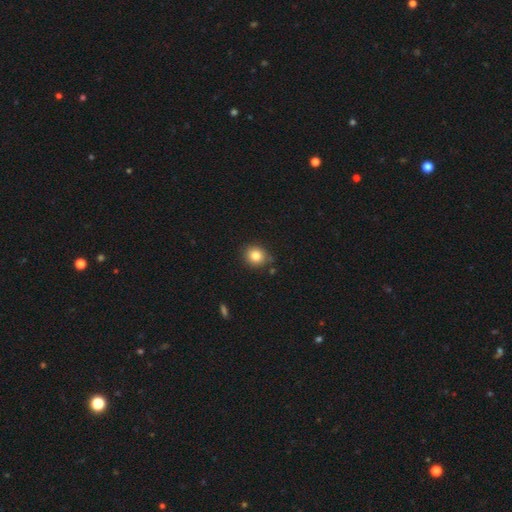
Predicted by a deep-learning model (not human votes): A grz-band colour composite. It shows a smooth galaxy with no disk features (83%) that is round (85%). Merging: none (82%).